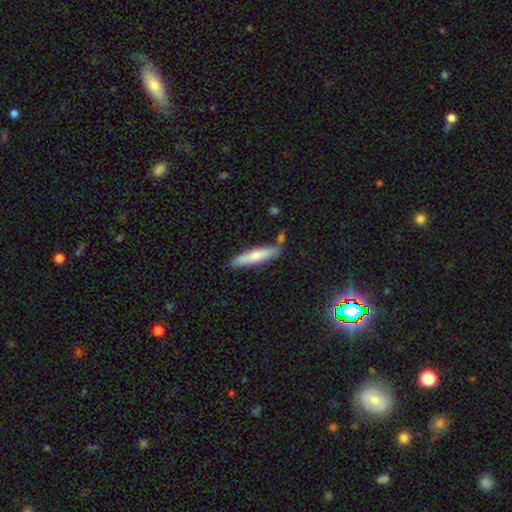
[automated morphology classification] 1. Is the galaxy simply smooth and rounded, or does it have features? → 70% smooth, 24% featured or disk, 5% star or artifact.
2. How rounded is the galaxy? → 84% cigar-shaped, 15% in between, 1% round.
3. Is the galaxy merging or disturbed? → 74% none, 15% minor disturbance, 7% merger, 3% major disturbance.